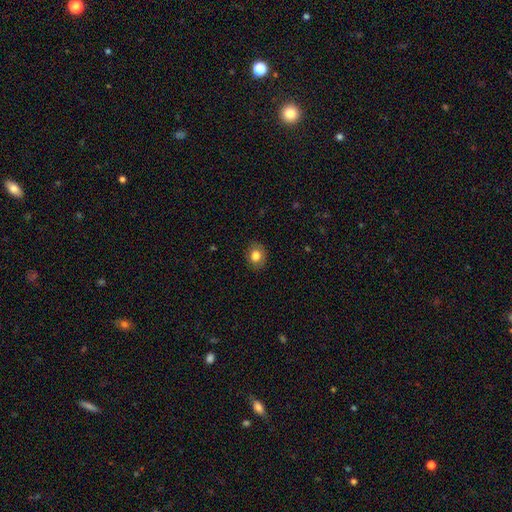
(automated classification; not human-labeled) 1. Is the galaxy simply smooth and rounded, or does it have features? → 81% smooth, 9% featured or disk, 9% star or artifact.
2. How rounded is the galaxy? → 58% round, 41% in between, 1% cigar-shaped.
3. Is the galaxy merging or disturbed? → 87% none, 9% minor disturbance, 2% major disturbance, 1% merger.